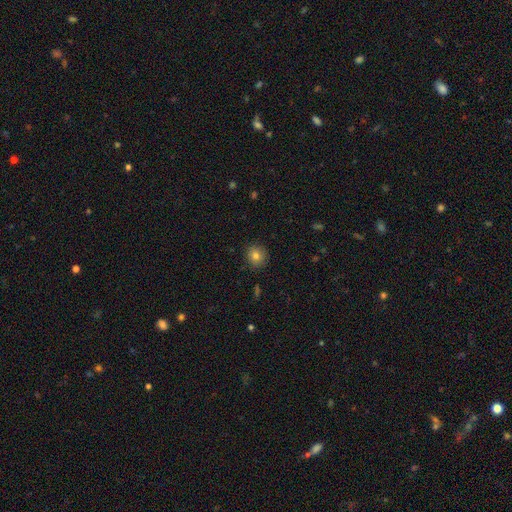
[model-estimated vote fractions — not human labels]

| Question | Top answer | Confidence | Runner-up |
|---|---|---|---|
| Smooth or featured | smooth | 80% | star or artifact (11%) |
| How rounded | round | 88% | in between (11%) |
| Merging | none | 89% | minor disturbance (8%) |